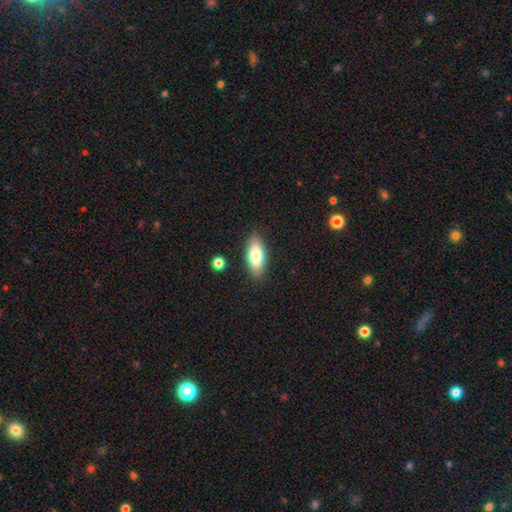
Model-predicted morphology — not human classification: Smooth or featured?
  - smooth: 78% *
  - featured or disk: 15%
  - star or artifact: 7%
How rounded?
  - in between: 80% *
  - cigar-shaped: 18%
  - round: 2%
Merging?
  - none: 85% *
  - minor disturbance: 11%
  - major disturbance: 2%
  - merger: 2%